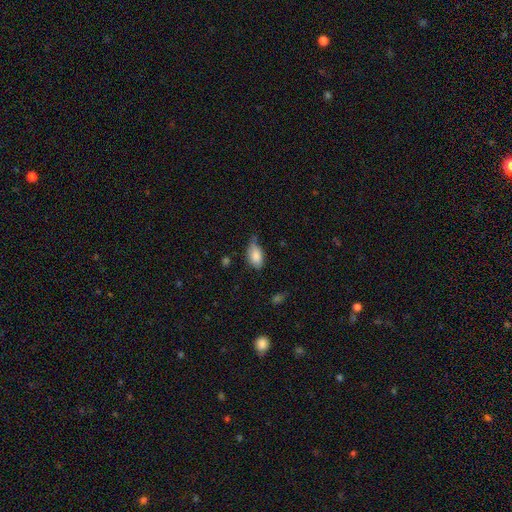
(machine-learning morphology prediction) Smooth or featured?
  - smooth: 85% *
  - featured or disk: 8%
  - star or artifact: 7%
How rounded?
  - in between: 92% *
  - round: 5%
  - cigar-shaped: 3%
Merging?
  - none: 51% *
  - minor disturbance: 38%
  - major disturbance: 8%
  - merger: 3%